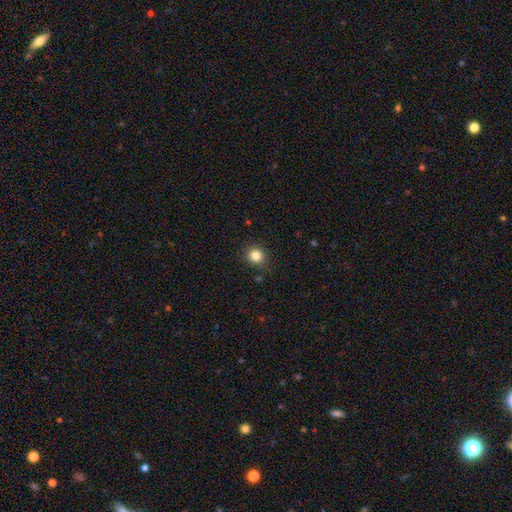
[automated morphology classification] Smooth or featured? Predicted: smooth (p=0.83). How rounded? Predicted: round (p=0.86). Merging? Predicted: none (p=0.86).